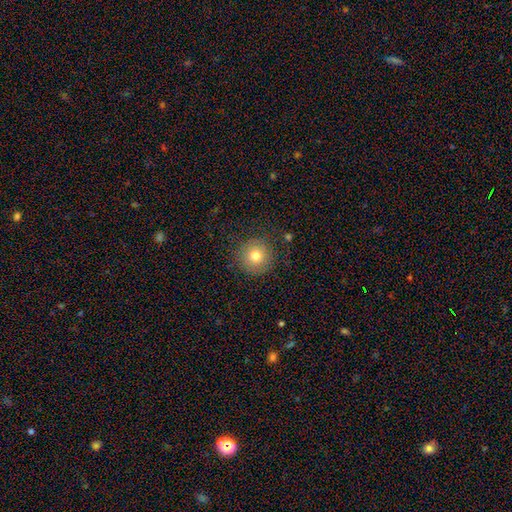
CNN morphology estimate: A smooth galaxy with no disk features (76%) that is round (95%).

Vote fractions:
- Smooth or featured? smooth: 76% / featured or disk: 12% / star or artifact: 12%
- How rounded? round: 95% / in between: 4% / cigar-shaped: 1%
- Merging? none: 85% / minor disturbance: 10% / major disturbance: 4% / merger: 1%